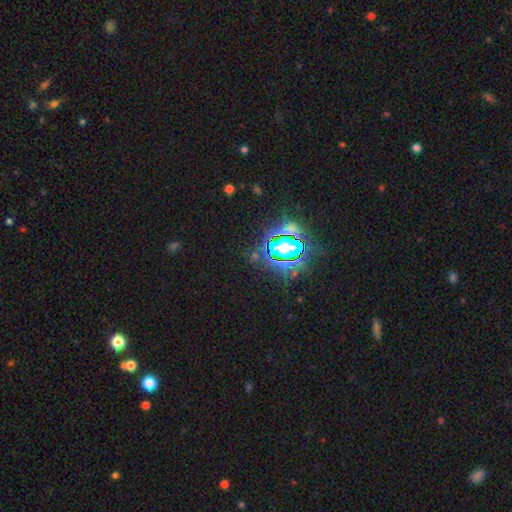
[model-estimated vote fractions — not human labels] Smooth or featured?
  - star or artifact: 82% *
  - smooth: 11%
  - featured or disk: 7%